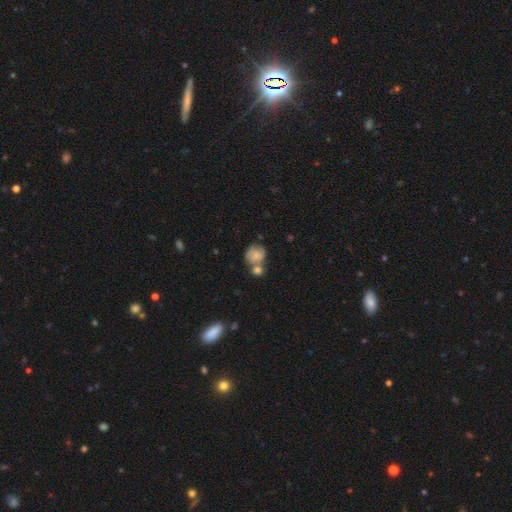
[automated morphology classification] Smooth or featured? Predicted: smooth (p=0.60). How rounded? Predicted: round (p=0.70). Merging? Predicted: merger (p=0.43).